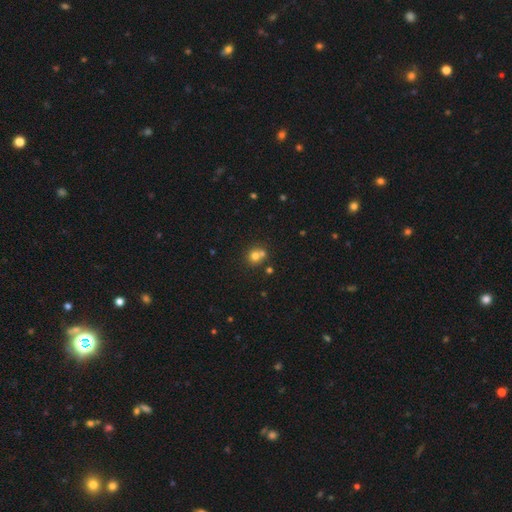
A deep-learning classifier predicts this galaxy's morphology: Smooth or featured: smooth — 73% (star or artifact — 15%)
How rounded: round — 86% (in between — 14%)
Merging: none — 51% (merger — 39%)